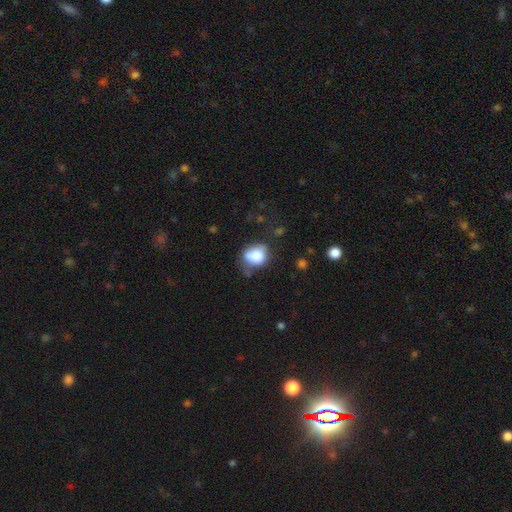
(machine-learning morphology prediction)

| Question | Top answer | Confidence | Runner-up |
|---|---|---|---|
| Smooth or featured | smooth | 80% | featured or disk (11%) |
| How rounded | round | 52% | in between (47%) |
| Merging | none | 45% | minor disturbance (32%) |